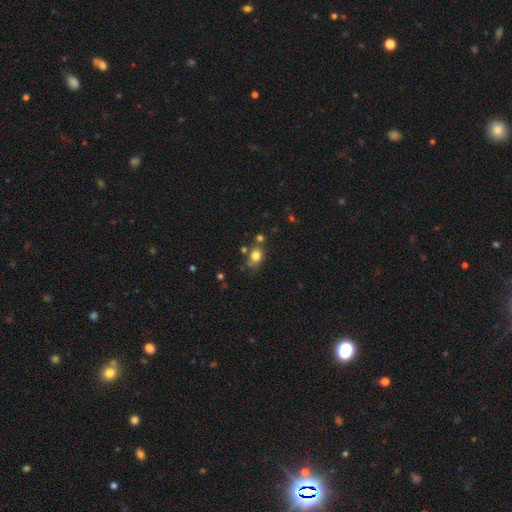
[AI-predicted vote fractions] smooth_or_featured: smooth (p=0.79) [alt: star or artifact p=0.12]
how_rounded: in between (p=0.50) [alt: round p=0.49]
merging: none (p=0.59) [alt: minor disturbance p=0.19]